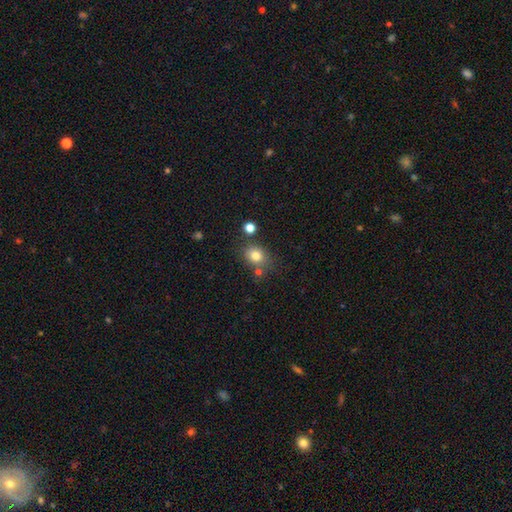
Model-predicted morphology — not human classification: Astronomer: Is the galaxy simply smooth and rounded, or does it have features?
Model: smooth — 80%.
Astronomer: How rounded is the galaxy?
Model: round — 60% (runner-up: in between, 40%).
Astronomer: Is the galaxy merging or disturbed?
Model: none — 70%.